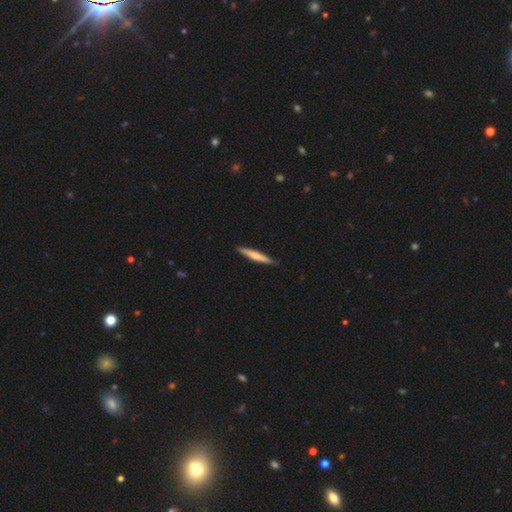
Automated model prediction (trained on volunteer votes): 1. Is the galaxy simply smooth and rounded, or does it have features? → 61% smooth, 34% featured or disk, 5% star or artifact.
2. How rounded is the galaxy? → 94% cigar-shaped, 4% in between, 1% round.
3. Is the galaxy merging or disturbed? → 90% none, 7% minor disturbance, 1% major disturbance, 1% merger.